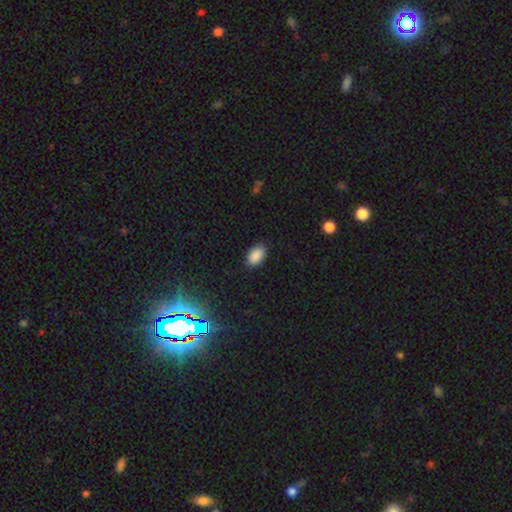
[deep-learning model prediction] A smooth galaxy with no disk features (88%) that is in between round and cigar-shaped (92%).

Vote fractions:
- Smooth or featured? smooth: 88% / star or artifact: 9% / featured or disk: 3%
- How rounded? in between: 92% / round: 7% / cigar-shaped: 2%
- Merging? none: 86% / minor disturbance: 10% / major disturbance: 2% / merger: 1%